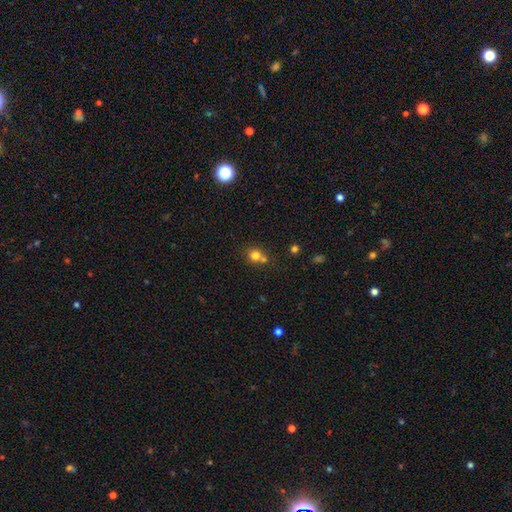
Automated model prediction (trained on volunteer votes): Smooth or featured: smooth — 77% (star or artifact — 14%)
How rounded: round — 82% (in between — 17%)
Merging: none — 49% (merger — 39%)